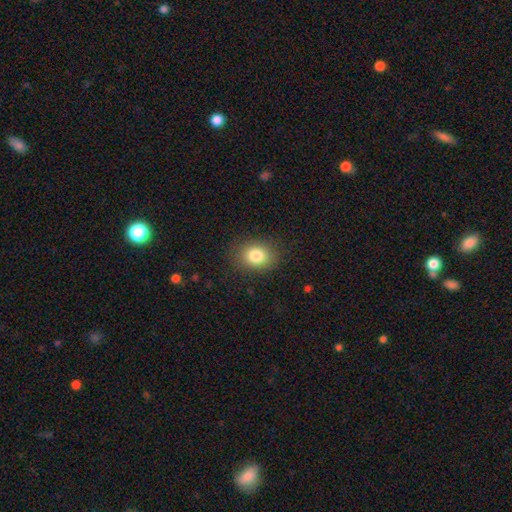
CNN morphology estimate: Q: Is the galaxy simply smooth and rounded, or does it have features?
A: smooth — 82%.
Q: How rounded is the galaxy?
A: in between — 52%.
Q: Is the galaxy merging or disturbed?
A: none — 86%.